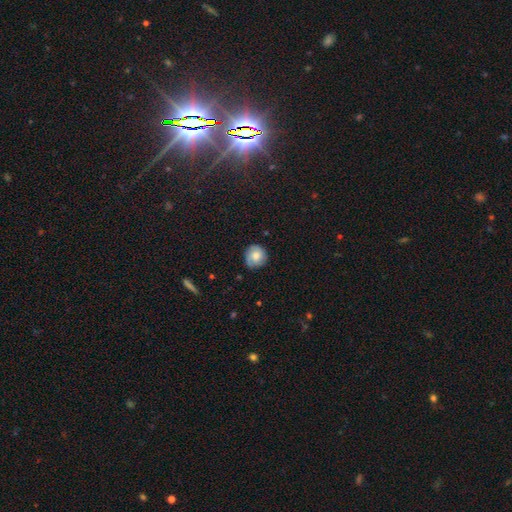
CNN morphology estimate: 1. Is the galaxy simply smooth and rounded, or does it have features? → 69% smooth, 22% featured or disk, 9% star or artifact.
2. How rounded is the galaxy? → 91% round, 8% in between, 1% cigar-shaped.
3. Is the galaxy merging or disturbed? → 79% none, 17% minor disturbance, 3% major disturbance, 1% merger.